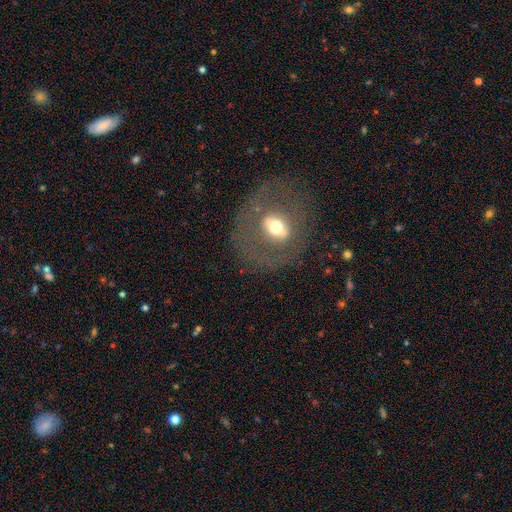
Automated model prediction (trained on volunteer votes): Q: Smooth or featured?
A: featured or disk (48%); runner-up: smooth (38%)
Q: Merging?
A: none (76%); runner-up: minor disturbance (13%)